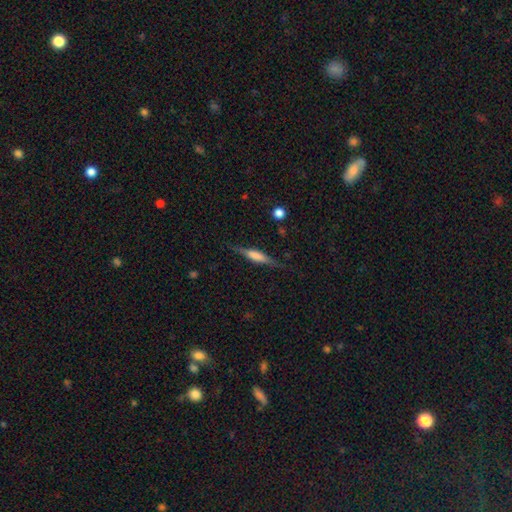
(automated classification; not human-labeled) This is possibly a featured or disk galaxy (59%). It is clearly viewed edge-on (96%). Edge-on bulge: marginally boxy (44%). Merging: clearly none (83%).